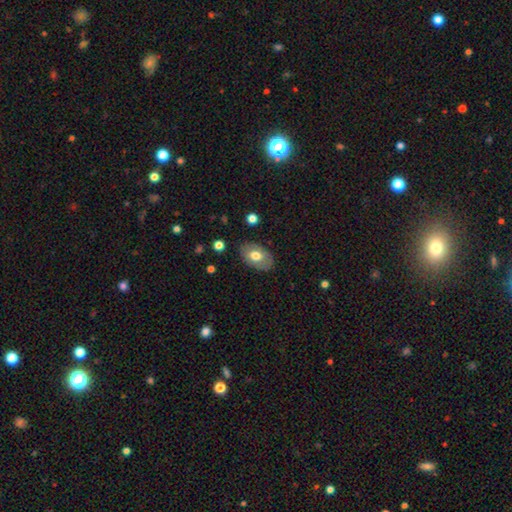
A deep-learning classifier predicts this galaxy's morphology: Smooth or featured? Predicted: smooth (p=0.66). How rounded? Predicted: in between (p=0.88). Merging? Predicted: none (p=0.83).